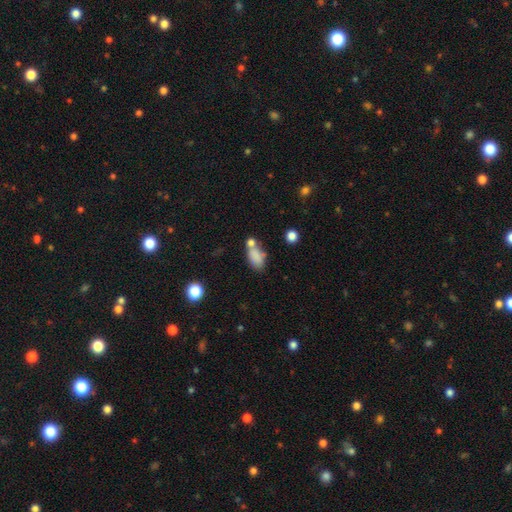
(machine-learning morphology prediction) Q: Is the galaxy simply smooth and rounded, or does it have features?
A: smooth — 80%.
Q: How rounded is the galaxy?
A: in between — 88%.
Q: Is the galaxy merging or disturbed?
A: none — 45%.